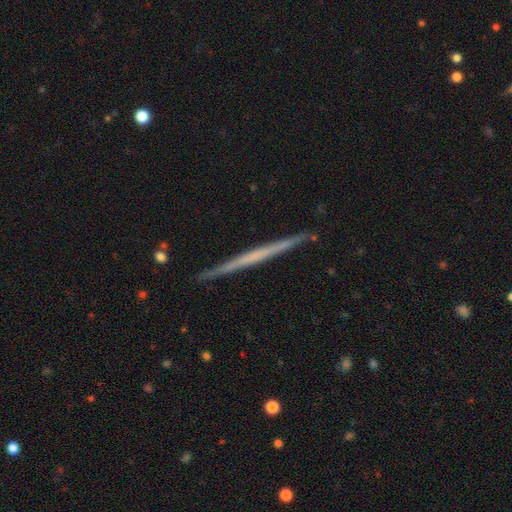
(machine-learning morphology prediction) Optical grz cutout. It shows a featured or disk galaxy (63%) viewed edge-on (98%) with no central bulge (90%). Merging: none (92%).